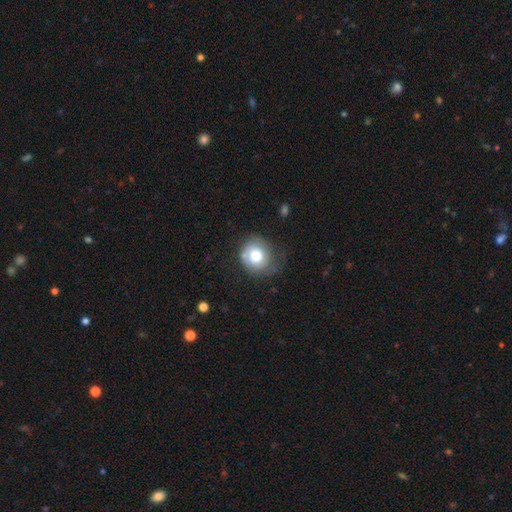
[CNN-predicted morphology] type=smooth (67%); roundness=round (79%); merging=none (52%).